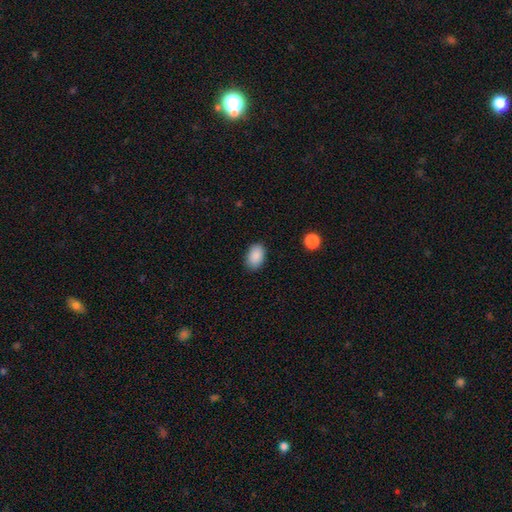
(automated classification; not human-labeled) Smooth or featured: smooth — 89% (star or artifact — 8%)
How rounded: in between — 87% (round — 12%)
Merging: none — 86% (minor disturbance — 10%)